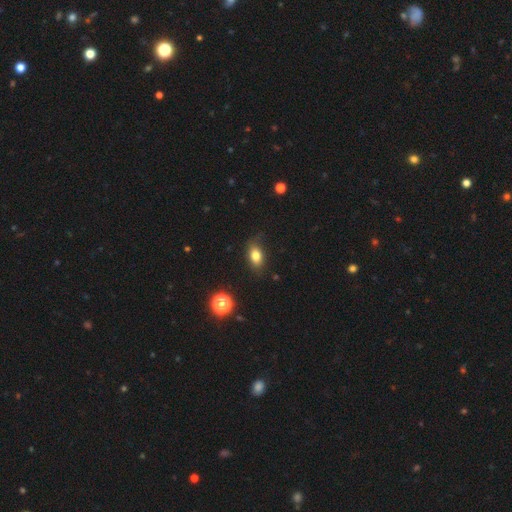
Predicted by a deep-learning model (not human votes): Smooth or featured? Predicted: smooth (p=0.79). How rounded? Predicted: in between (p=0.82). Merging? Predicted: none (p=0.79).